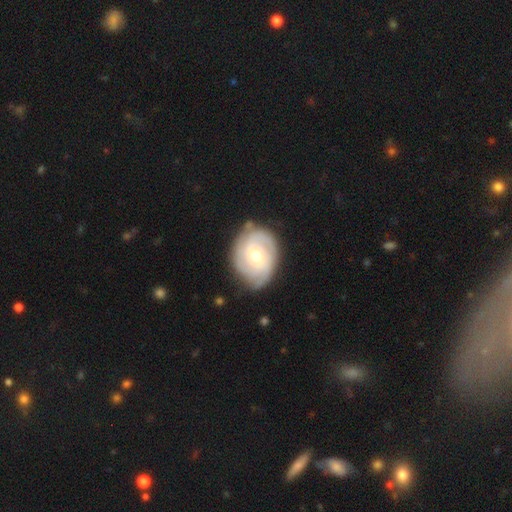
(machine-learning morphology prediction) Smooth or featured? Predicted: featured or disk (p=0.77). Edge-on disk? Predicted: no (p=0.97). Bar? Predicted: no (p=0.54). Spiral arms? Predicted: yes (p=0.92). Spiral winding? Predicted: tight (p=0.64). Spiral arm count? Predicted: can't tell (p=0.31). Bulge size? Predicted: moderate (p=0.62). Merging? Predicted: none (p=0.73).